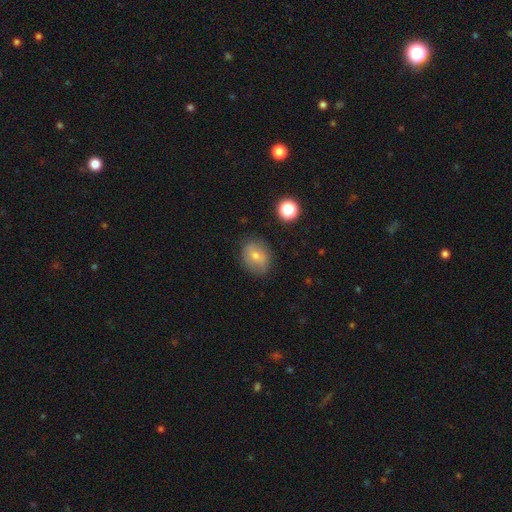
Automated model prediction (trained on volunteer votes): Smooth or featured?
  - smooth: 62% *
  - featured or disk: 26%
  - star or artifact: 12%
How rounded?
  - round: 54% *
  - in between: 45%
  - cigar-shaped: 1%
Merging?
  - none: 81% *
  - minor disturbance: 14%
  - major disturbance: 4%
  - merger: 1%